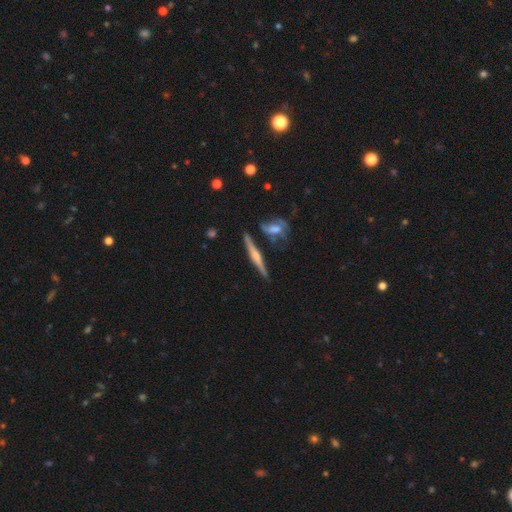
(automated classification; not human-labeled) The model was most divided on "smooth or featured": featured or disk: 67%, smooth: 27%, star or artifact: 6%. More confident: edge-on disk — yes (96%); merging — none (77%); edge-on bulge — rounded (72%).